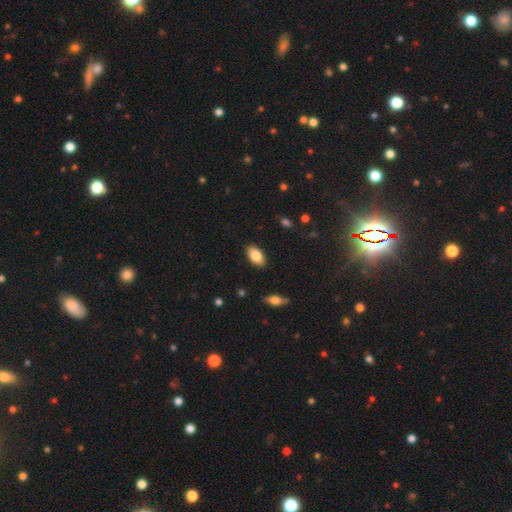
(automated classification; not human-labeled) smooth_or_featured: smooth (p=0.82) [alt: featured or disk p=0.11]
how_rounded: in between (p=0.93) [alt: round p=0.04]
merging: none (p=0.88) [alt: minor disturbance p=0.09]